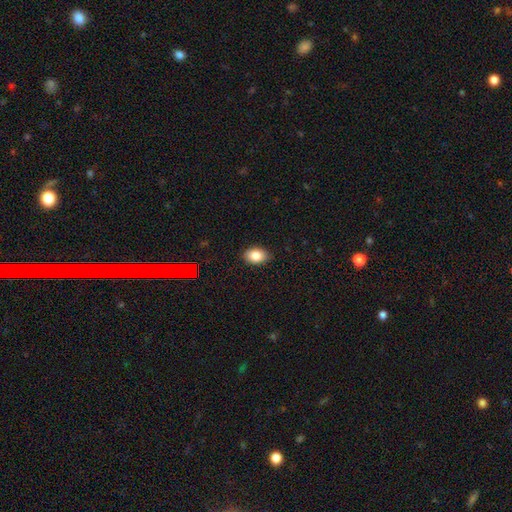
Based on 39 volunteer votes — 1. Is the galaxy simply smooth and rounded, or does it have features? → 82% smooth, 13% featured or disk, 5% star or artifact.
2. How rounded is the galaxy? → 78% in between, 22% round, 0% cigar-shaped.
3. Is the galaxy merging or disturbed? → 86% none, 8% minor disturbance, 5% major disturbance, 0% merger.